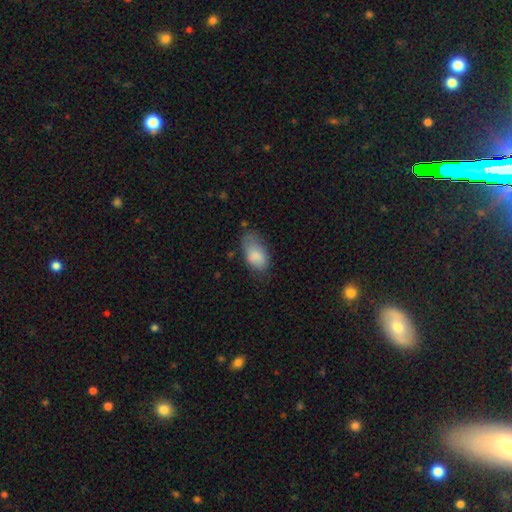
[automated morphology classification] type=smooth (82%); roundness=in between (92%); merging=none (43%).